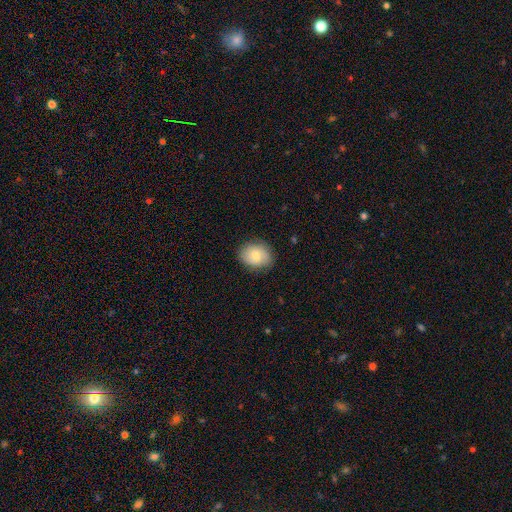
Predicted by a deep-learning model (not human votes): Smooth or featured: smooth — 78% (featured or disk — 14%)
How rounded: in between — 54% (round — 45%)
Merging: none — 83% (minor disturbance — 13%)